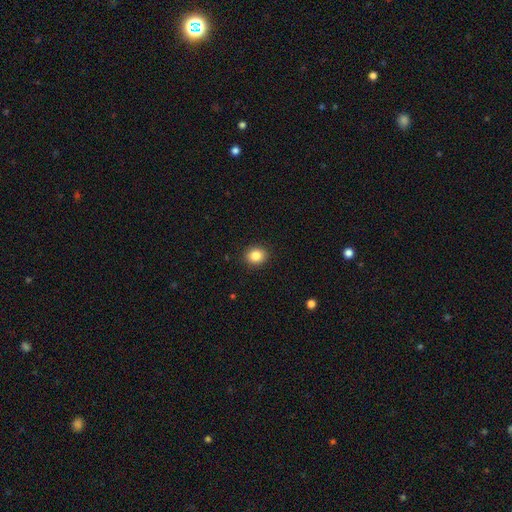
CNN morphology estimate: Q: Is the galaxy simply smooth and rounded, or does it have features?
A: smooth — 85%.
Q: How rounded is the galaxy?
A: round — 71%.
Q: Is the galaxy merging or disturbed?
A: none — 91%.